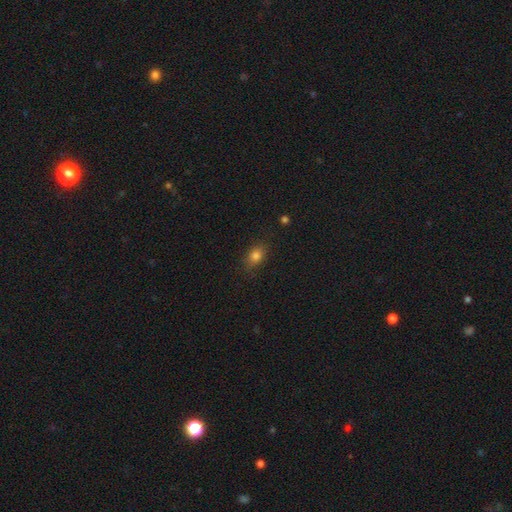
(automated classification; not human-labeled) The model was most divided on "how rounded": in between: 75%, round: 22%, cigar-shaped: 3%. More confident: smooth or featured — smooth (81%); merging — none (80%).